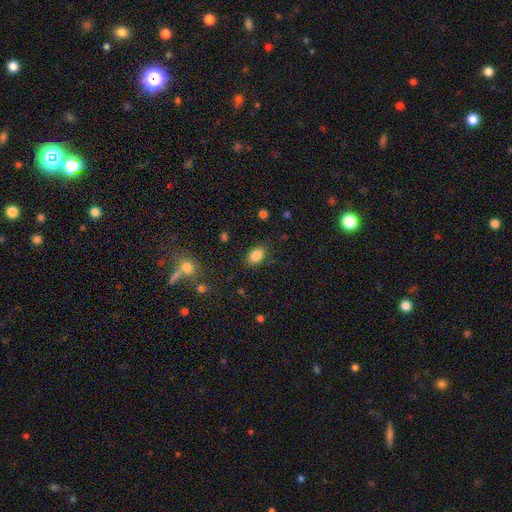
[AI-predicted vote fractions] Overall: smooth (85%). How rounded: in between (81%). Merging: none (83%).